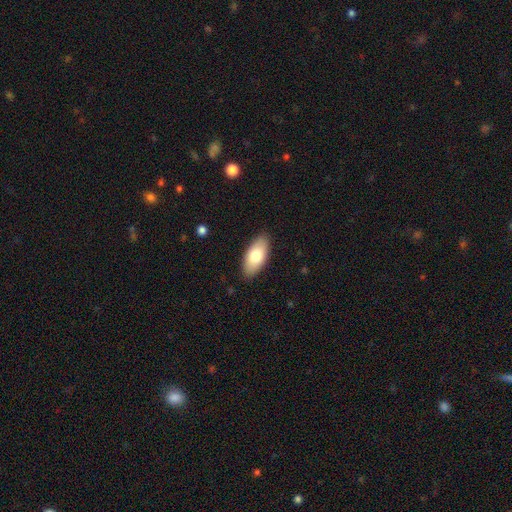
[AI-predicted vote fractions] The model was most divided on "smooth or featured": smooth: 78%, featured or disk: 16%, star or artifact: 6%. More confident: how rounded — in between (91%); merging — none (88%).